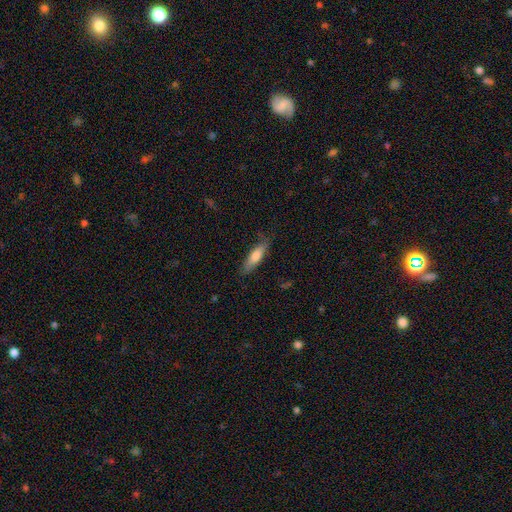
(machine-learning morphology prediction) A smooth galaxy with no disk features (74%) that is cigar-shaped (59%).

Vote fractions:
- Smooth or featured? smooth: 74% / featured or disk: 21% / star or artifact: 6%
- How rounded? cigar-shaped: 59% / in between: 39% / round: 2%
- Merging? none: 76% / minor disturbance: 19% / major disturbance: 4% / merger: 1%